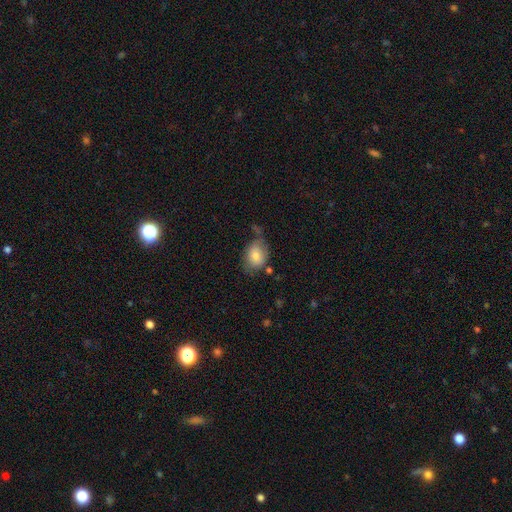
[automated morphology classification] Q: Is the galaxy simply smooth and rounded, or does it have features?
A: smooth — 76%.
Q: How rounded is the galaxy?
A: in between — 71%.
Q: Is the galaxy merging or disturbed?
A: none — 47%.